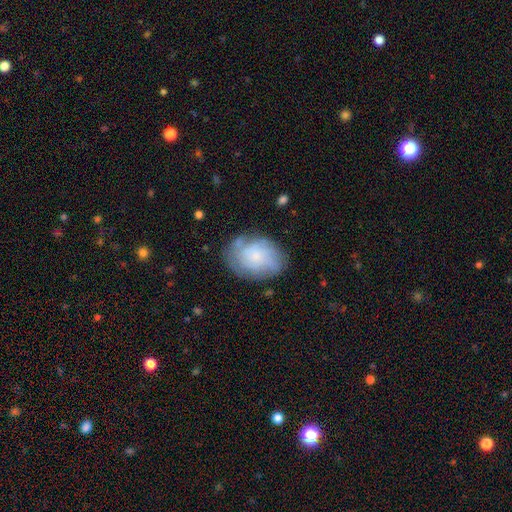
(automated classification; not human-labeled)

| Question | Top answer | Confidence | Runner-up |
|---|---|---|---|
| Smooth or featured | smooth | 47% | featured or disk (45%) |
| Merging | none | 64% | minor disturbance (23%) |